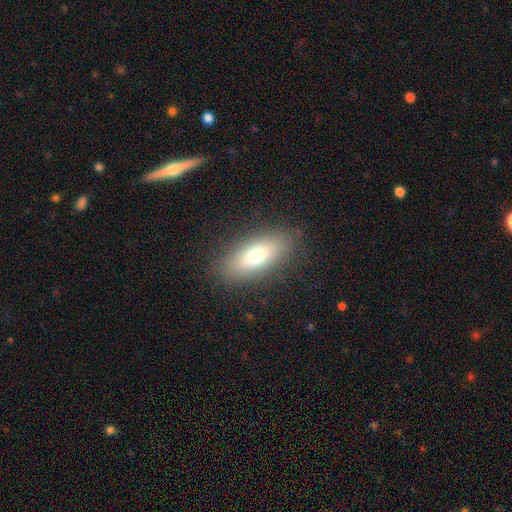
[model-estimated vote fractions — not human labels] A smooth galaxy with no disk features (72%) that is in between round and cigar-shaped (75%). Merging: none (87%).